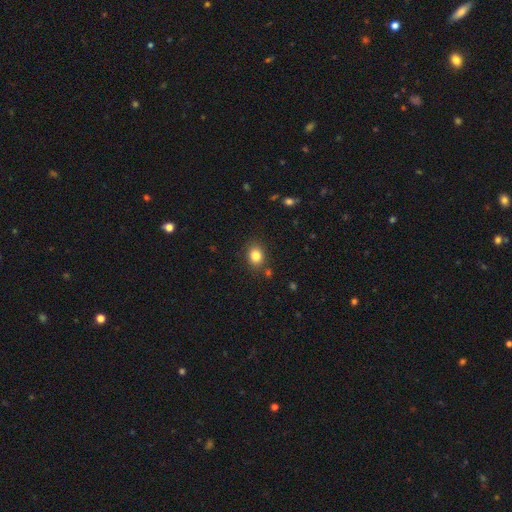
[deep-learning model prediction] This appears to be a smooth galaxy with no disk features (83%) that is round (50%). Merging: none (82%).